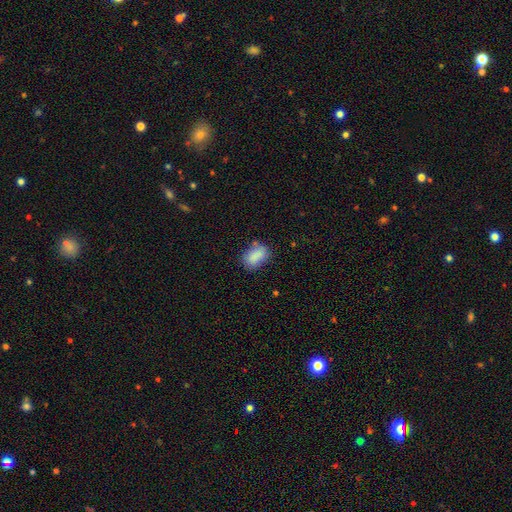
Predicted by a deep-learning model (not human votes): A smooth galaxy with no disk features (86%) that is in between round and cigar-shaped (86%). Merging: none (71%).